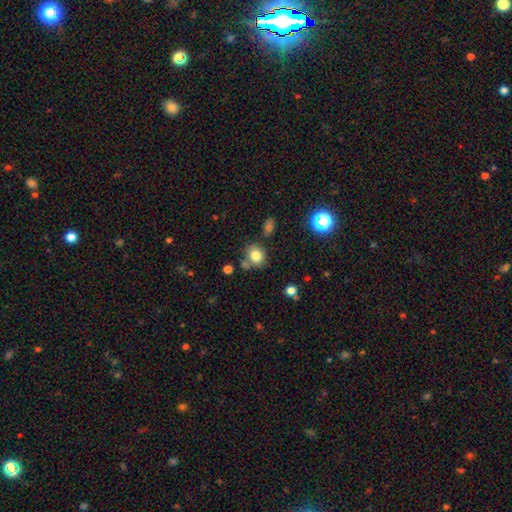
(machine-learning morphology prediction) smooth-or-featured: smooth: 79% | star or artifact: 13% | featured or disk: 8%
  how-rounded: round: 67% | in between: 32% | cigar-shaped: 1%
  merging: none: 71% | minor disturbance: 13% | merger: 12% | major disturbance: 4%